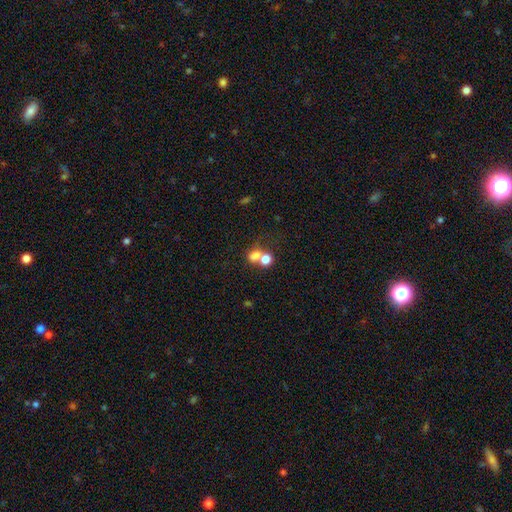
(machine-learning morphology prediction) Smooth or featured? Predicted: smooth (p=0.70). How rounded? Predicted: round (p=0.59). Merging? Predicted: merger (p=0.57).